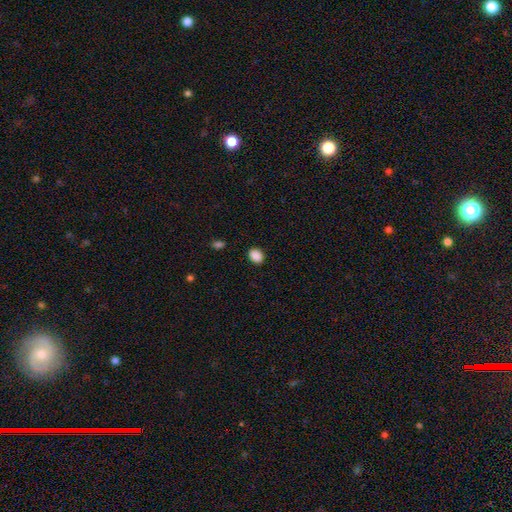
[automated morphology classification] The model was most divided on "how rounded": in between: 63%, round: 36%, cigar-shaped: 1%. More confident: smooth or featured — smooth (89%); merging — none (89%).